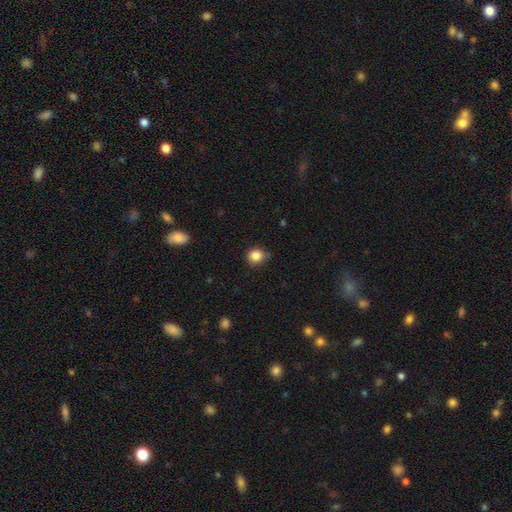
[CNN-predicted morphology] Overall: smooth (85%). How rounded: round (83%). Merging: none (73%).